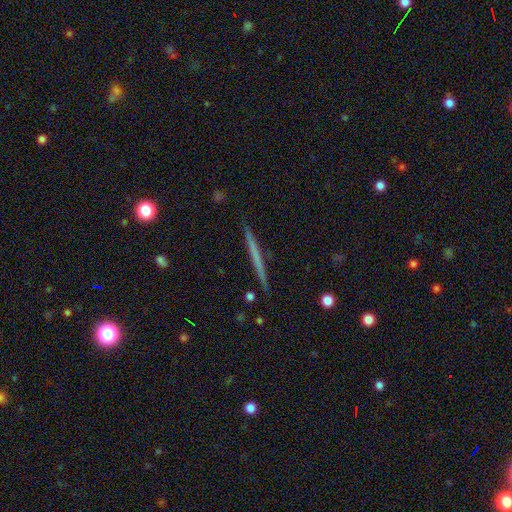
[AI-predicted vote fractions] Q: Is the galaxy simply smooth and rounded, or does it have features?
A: smooth — 48%.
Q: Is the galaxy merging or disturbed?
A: none — 92%.